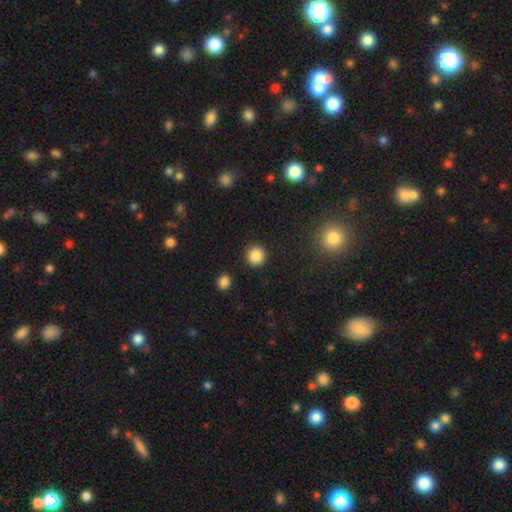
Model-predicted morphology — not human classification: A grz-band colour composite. It shows a smooth galaxy with no disk features (87%) that is round (94%). Merging: none (91%).